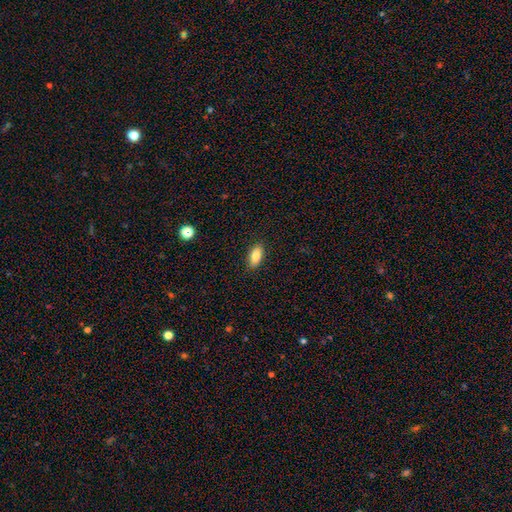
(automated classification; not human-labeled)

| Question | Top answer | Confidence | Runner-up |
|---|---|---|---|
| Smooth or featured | smooth | 83% | featured or disk (10%) |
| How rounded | in between | 88% | cigar-shaped (9%) |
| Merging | none | 89% | minor disturbance (8%) |